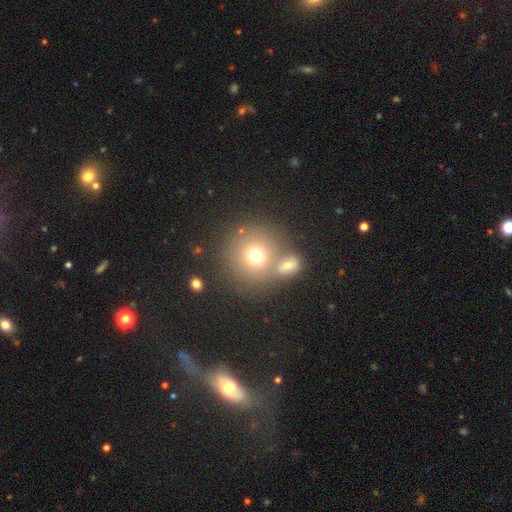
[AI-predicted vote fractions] A smooth galaxy with no disk features (71%) that is round (90%).

Vote fractions:
- Smooth or featured? smooth: 71% / star or artifact: 15% / featured or disk: 14%
- How rounded? round: 90% / in between: 9% / cigar-shaped: 1%
- Merging? none: 60% / merger: 26% / minor disturbance: 9% / major disturbance: 4%